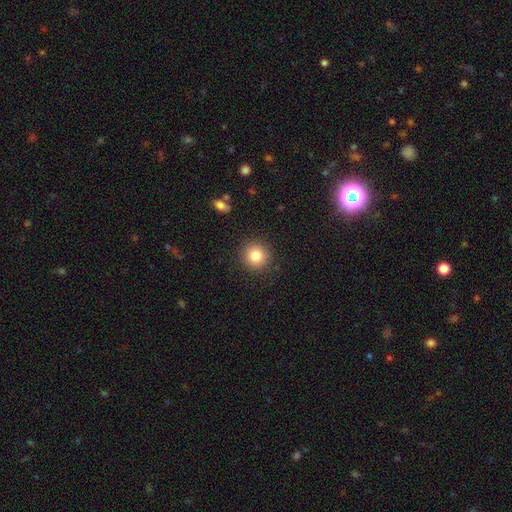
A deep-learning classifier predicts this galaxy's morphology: Q: Smooth or featured?
A: smooth (83%); runner-up: star or artifact (10%)
Q: How rounded?
A: round (94%); runner-up: in between (5%)
Q: Merging?
A: none (90%); runner-up: minor disturbance (6%)